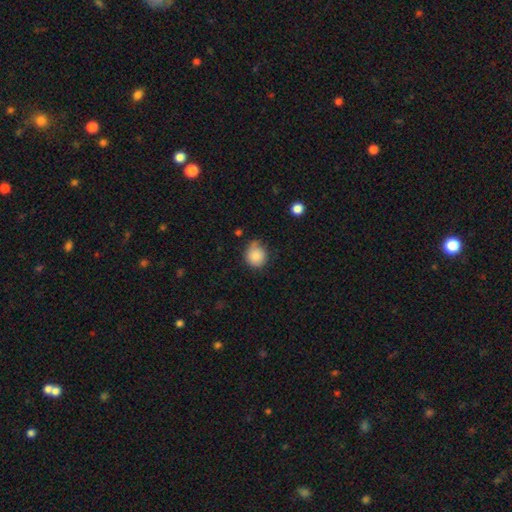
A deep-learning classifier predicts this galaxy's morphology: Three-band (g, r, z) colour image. It shows a smooth galaxy with no disk features (85%) that is round (83%). Merging: none (63%).